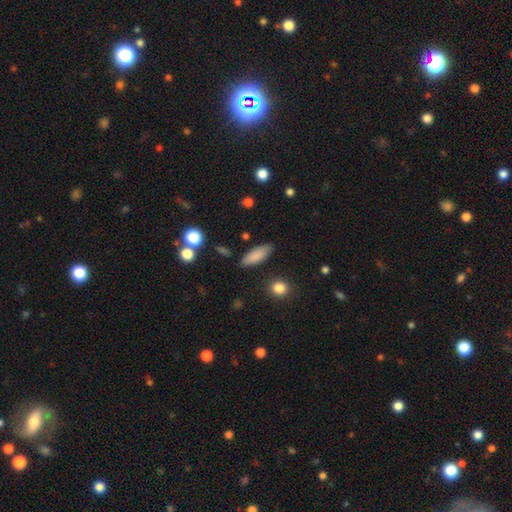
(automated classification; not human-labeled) smooth 85%, featured or disk 8%, star or artifact 7%. Down the decision tree: how rounded — in between (70%); merging — none (84%).